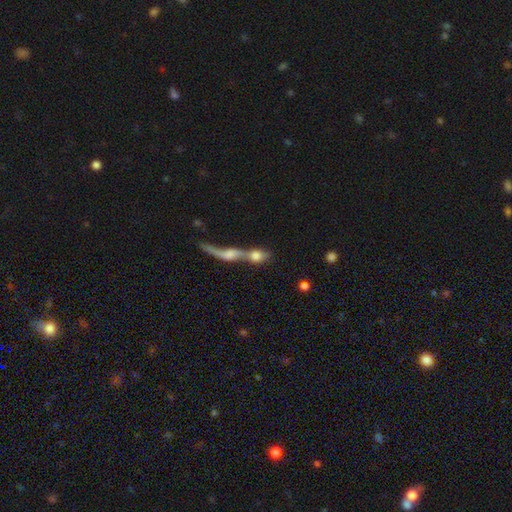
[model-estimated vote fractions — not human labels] smooth 61%, featured or disk 28%, star or artifact 10%. Down the decision tree: how rounded — in between (53%); merging — merger (73%).